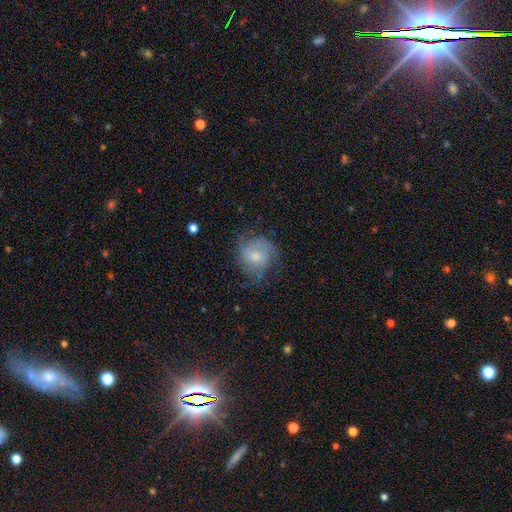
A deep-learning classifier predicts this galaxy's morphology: Smooth or featured? Predicted: smooth (p=0.49). Merging? Predicted: none (p=0.55).